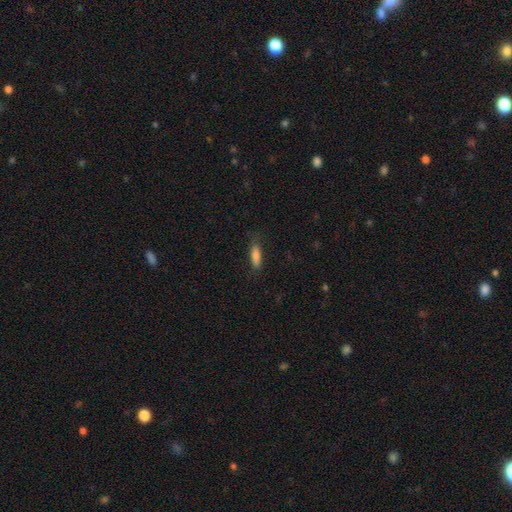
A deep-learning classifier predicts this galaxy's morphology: A smooth galaxy with no disk features (81%) that is cigar-shaped (56%). Merging: none (76%).